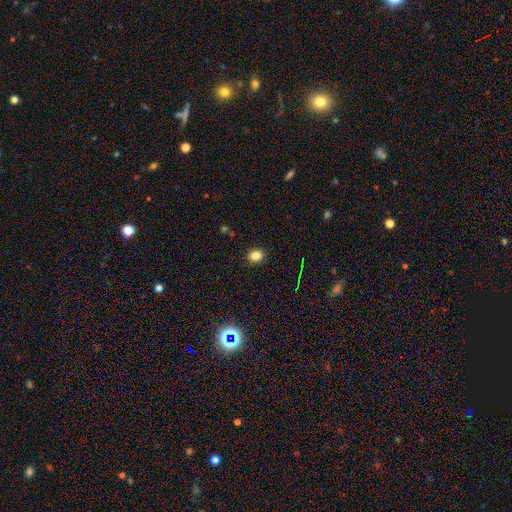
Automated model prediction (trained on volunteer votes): smooth_or_featured: smooth (p=0.82) [alt: star or artifact p=0.13]
how_rounded: round (p=0.53) [alt: in between p=0.46]
merging: none (p=0.89) [alt: minor disturbance p=0.08]